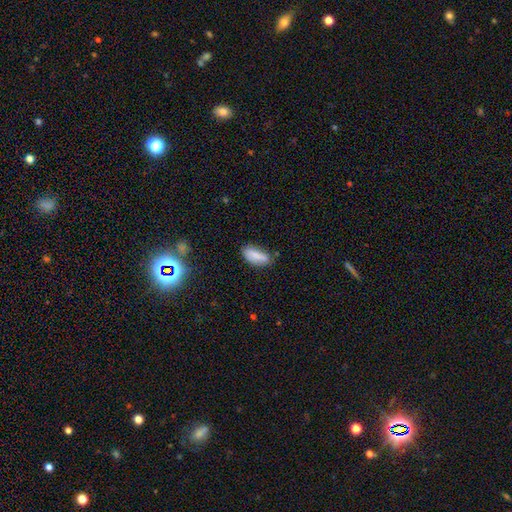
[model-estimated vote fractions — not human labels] Smooth or featured?
  - smooth: 81% *
  - featured or disk: 11%
  - star or artifact: 8%
How rounded?
  - in between: 79% *
  - cigar-shaped: 18%
  - round: 2%
Merging?
  - none: 68% *
  - minor disturbance: 23%
  - major disturbance: 5%
  - merger: 4%